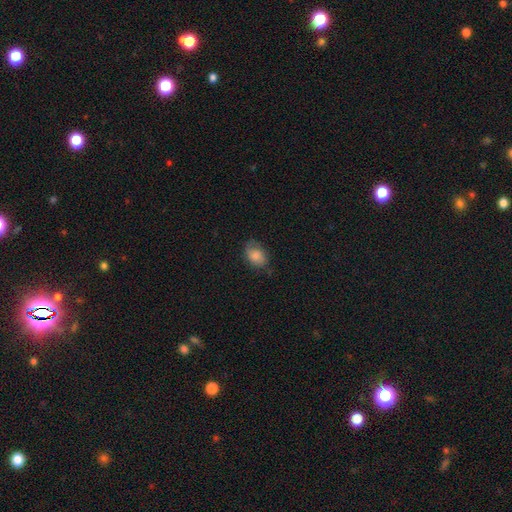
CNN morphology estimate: Smooth or featured? smooth (78%)
How rounded? in between (77%)
Merging? none (63%)